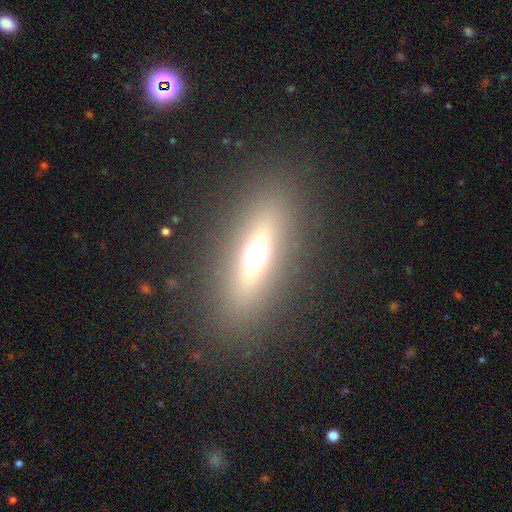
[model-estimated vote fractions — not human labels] This is marginally a smooth galaxy (42%). Merging: clearly none (85%).